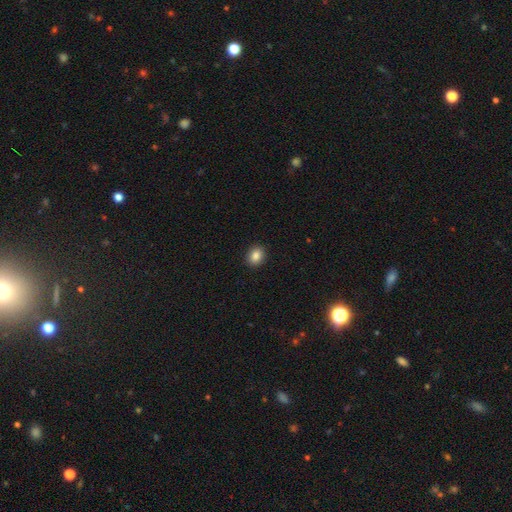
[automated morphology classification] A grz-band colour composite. It shows a smooth galaxy with no disk features (86%) that is round (51%). Merging: none (91%).